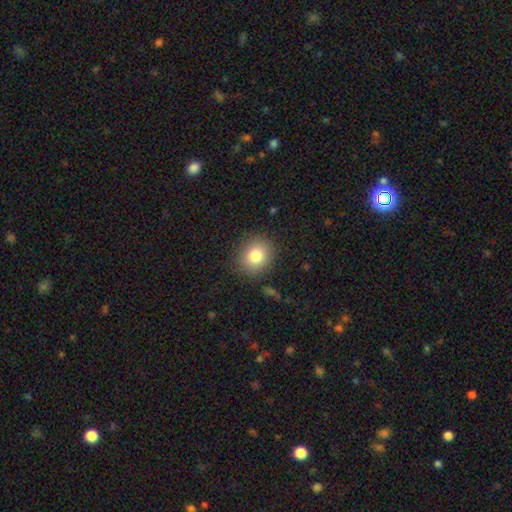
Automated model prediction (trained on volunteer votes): A smooth galaxy with no disk features (82%) that is round (73%). Merging: none (87%).